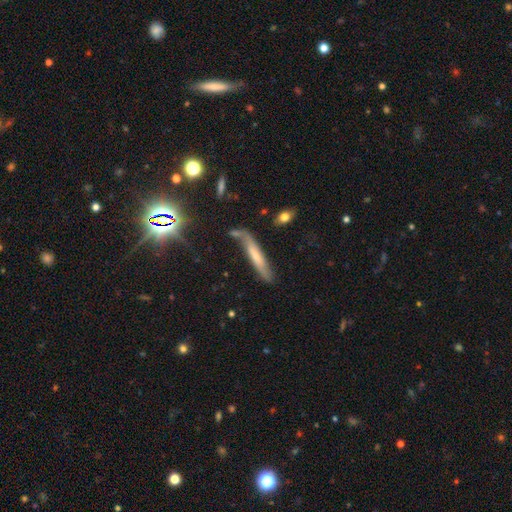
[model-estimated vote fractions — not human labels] Smooth or featured?
  - smooth: 52% *
  - featured or disk: 39%
  - star or artifact: 9%
How rounded?
  - cigar-shaped: 89% *
  - in between: 10%
  - round: 2%
Merging?
  - none: 60% *
  - minor disturbance: 24%
  - major disturbance: 9%
  - merger: 8%